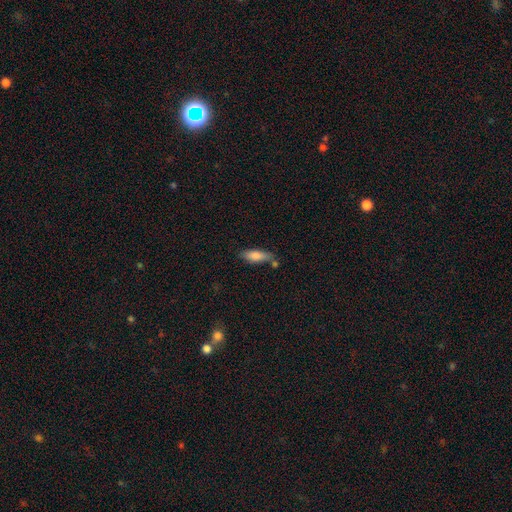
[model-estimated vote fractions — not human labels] Morphology: type=smooth (81%); roundness=in between (55%); merging=none (66%).